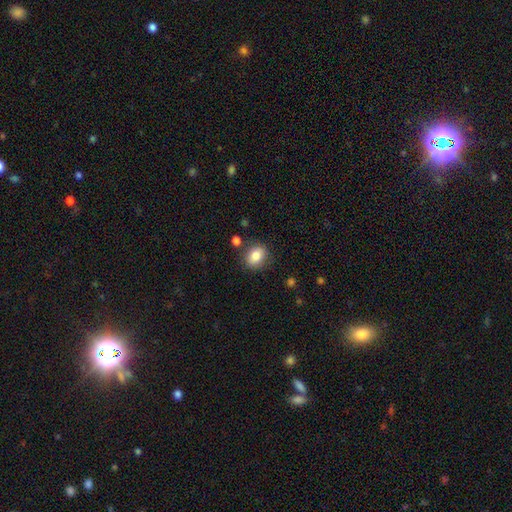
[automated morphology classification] smooth 83%, star or artifact 9%, featured or disk 8%. Down the decision tree: how rounded — in between (56%); merging — none (83%).